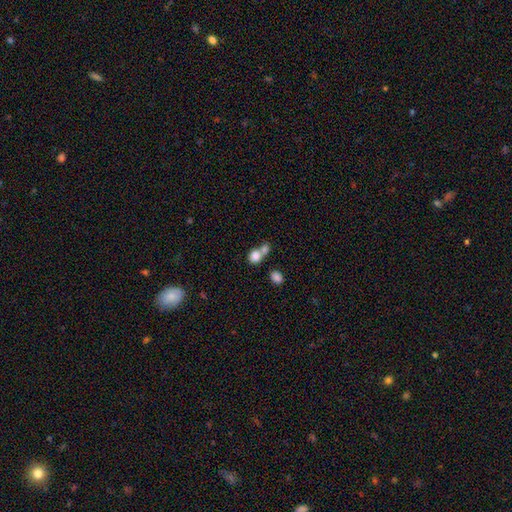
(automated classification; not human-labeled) Smooth or featured? Predicted: smooth (p=0.82). How rounded? Predicted: round (p=0.69). Merging? Predicted: merger (p=0.54).